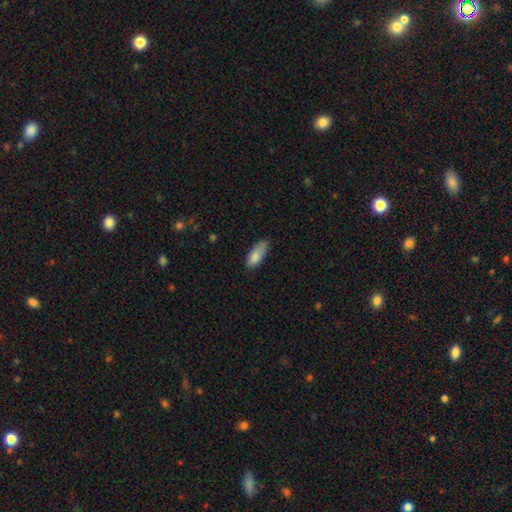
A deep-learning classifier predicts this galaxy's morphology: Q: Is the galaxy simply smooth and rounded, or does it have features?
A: smooth — 86%.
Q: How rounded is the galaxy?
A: in between — 75%.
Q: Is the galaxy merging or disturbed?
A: none — 70%.